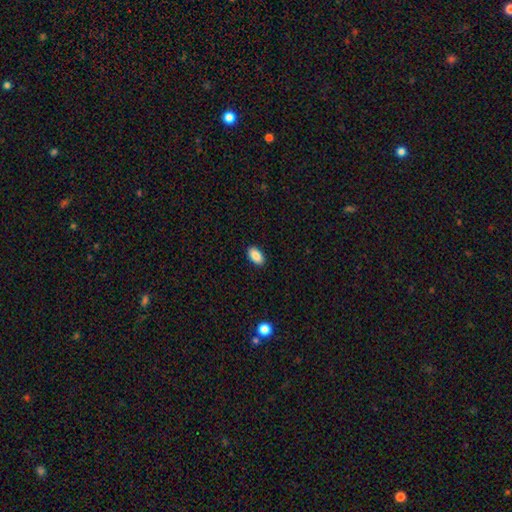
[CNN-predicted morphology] Smooth or featured? Predicted: smooth (p=0.89). How rounded? Predicted: in between (p=0.94). Merging? Predicted: none (p=0.90).